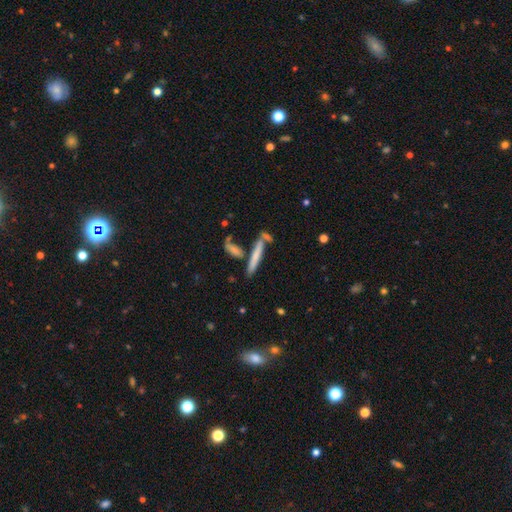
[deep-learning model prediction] A smooth galaxy with no disk features (61%) that is cigar-shaped (91%). Merging: none (66%).